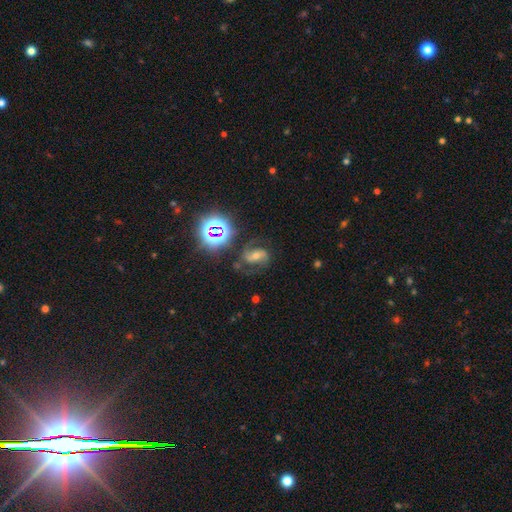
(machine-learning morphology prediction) Overall: featured or disk (66%). Edge-on disk: no (97%). Bar: strong (35%; no 33%). Spiral arms: yes (93%). Spiral arm count: 2 (87%). Spiral winding: medium (51%; loose 32%). Bulge size: moderate (59%; small 32%). Merging: none (66%).